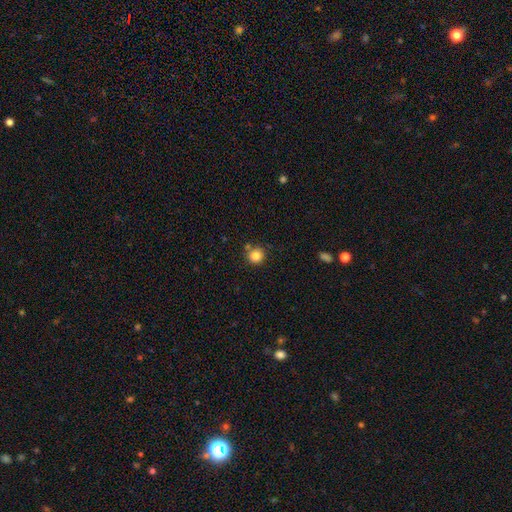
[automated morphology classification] smooth-or-featured: smooth: 84% | star or artifact: 11% | featured or disk: 5%
  how-rounded: round: 92% | in between: 7% | cigar-shaped: 1%
  merging: none: 79% | minor disturbance: 10% | merger: 8% | major disturbance: 3%